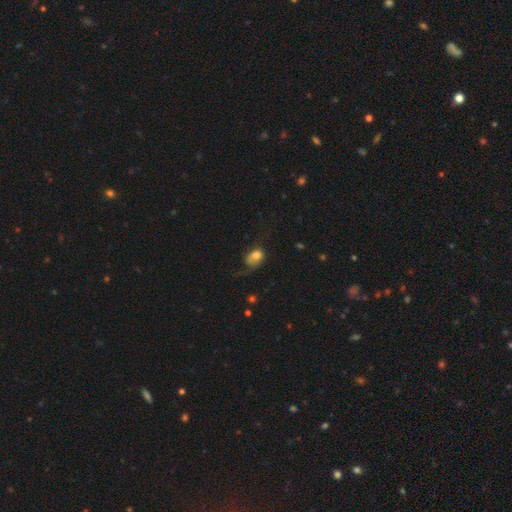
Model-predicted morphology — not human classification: A smooth galaxy with no disk features (70%) that is in between round and cigar-shaped (68%). Merging: major disturbance (44%).